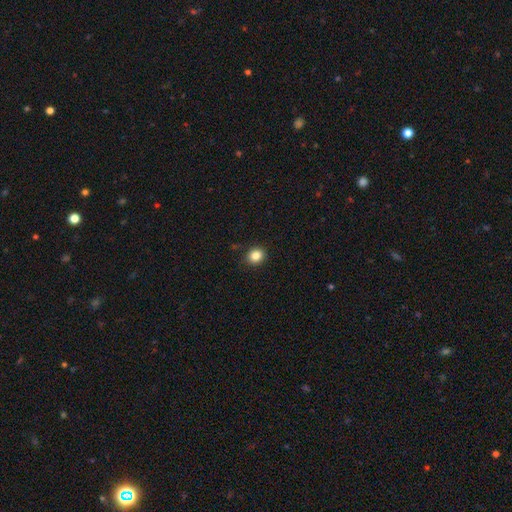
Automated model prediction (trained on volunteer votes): This appears to be a smooth galaxy with no disk features (84%) that is round (78%). Merging: none (90%).